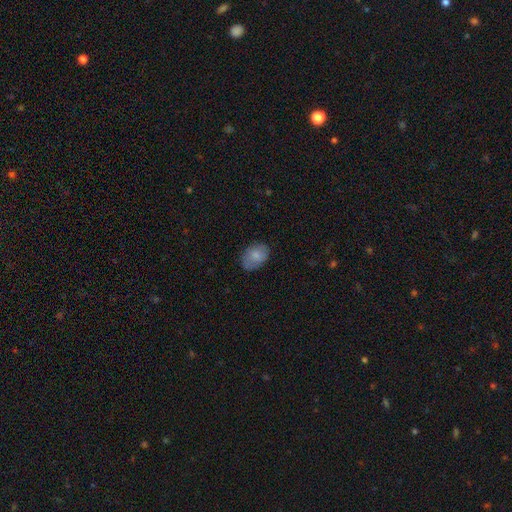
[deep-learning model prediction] This appears to be a smooth galaxy with no disk features (80%) that is in between round and cigar-shaped (79%). Merging: none (75%).